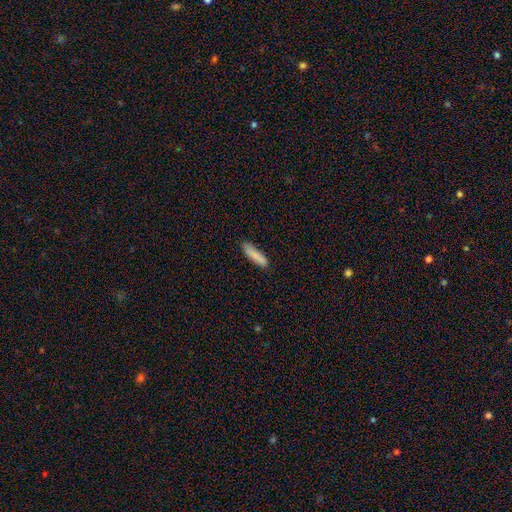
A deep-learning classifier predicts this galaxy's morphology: Smooth or featured: smooth — 85% (featured or disk — 9%)
How rounded: cigar-shaped — 74% (in between — 24%)
Merging: none — 81% (minor disturbance — 15%)